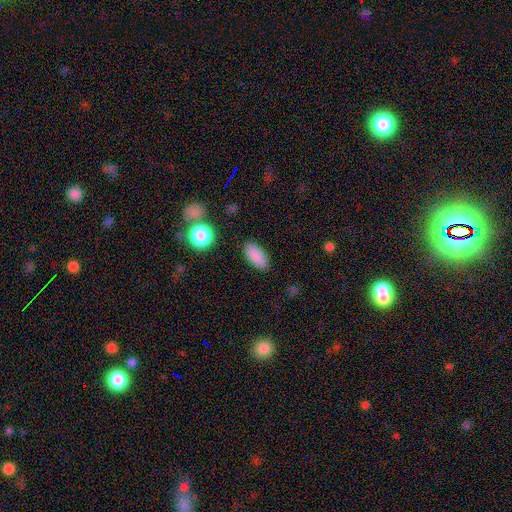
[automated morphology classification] This appears to be a smooth galaxy with no disk features (87%) that is in between round and cigar-shaped (89%). Merging: none (87%).